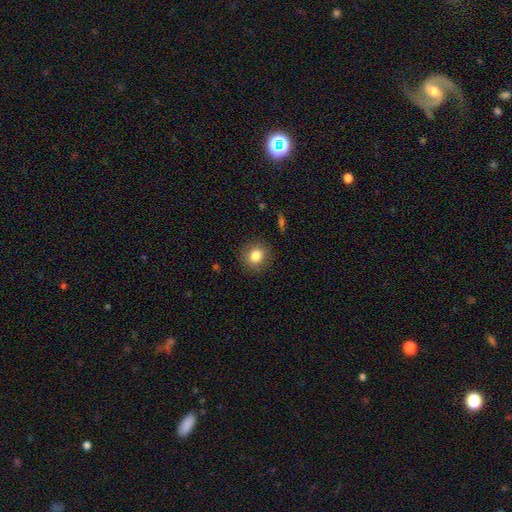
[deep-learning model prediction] A smooth galaxy with no disk features (83%) that is round (85%). Merging: none (88%).